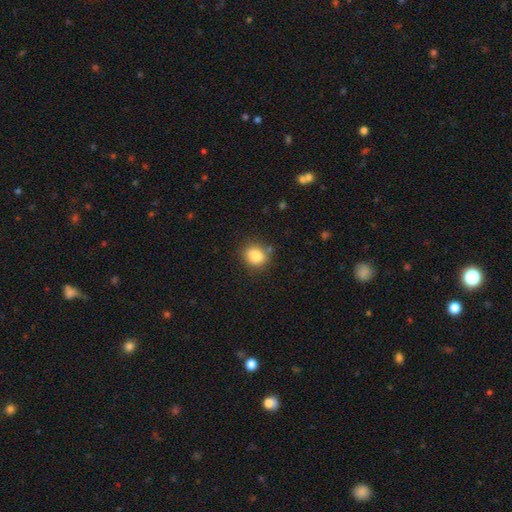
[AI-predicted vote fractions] smooth 84%, star or artifact 10%, featured or disk 6%. Down the decision tree: how rounded — round (70%); merging — none (80%).